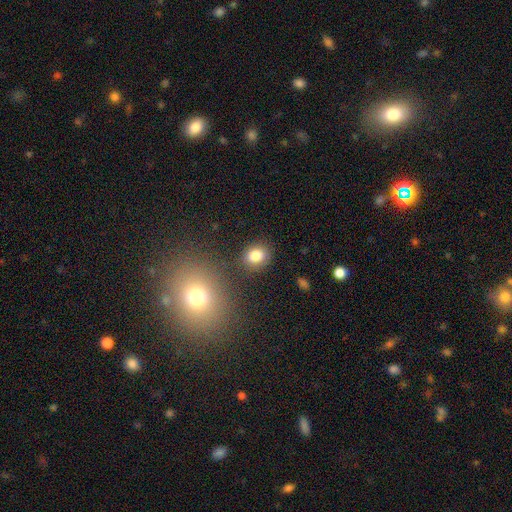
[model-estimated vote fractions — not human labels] This appears to be a smooth galaxy with no disk features (82%) that is round (55%). Merging: none (82%).